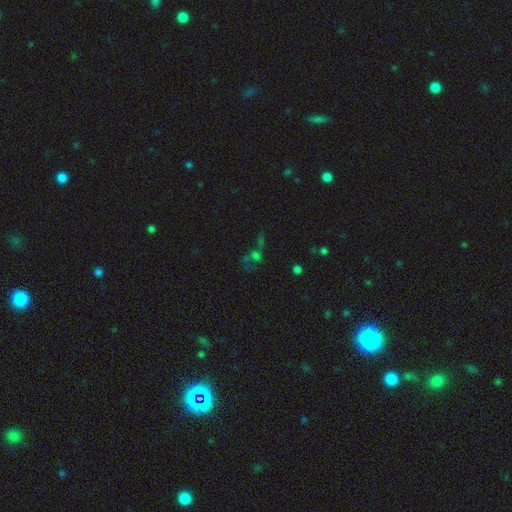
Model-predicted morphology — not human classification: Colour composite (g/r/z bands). It shows a star or artifact, not a galaxy (40%).